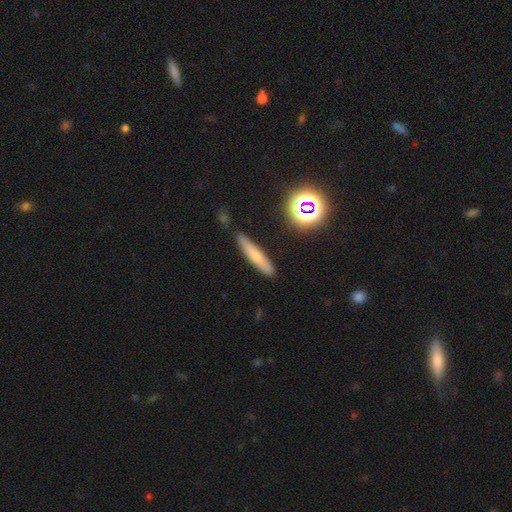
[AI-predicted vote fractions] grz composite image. It shows a smooth galaxy with no disk features (60%) that is cigar-shaped (87%). Merging: none (83%).